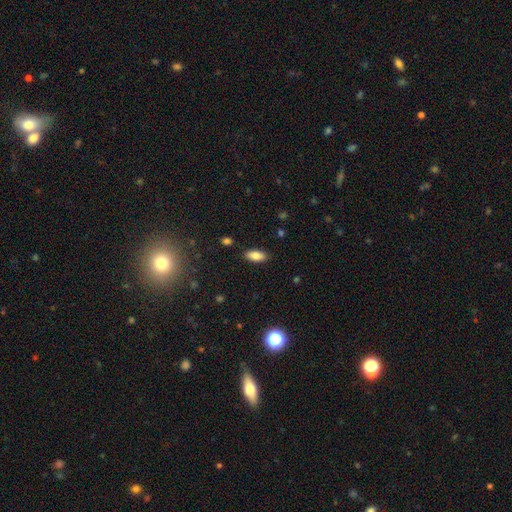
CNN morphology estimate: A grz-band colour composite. It shows a smooth galaxy with no disk features (83%) that is in between round and cigar-shaped (86%). Merging: none (87%).